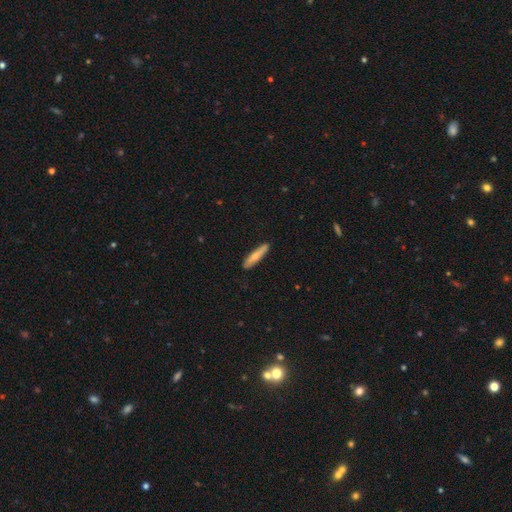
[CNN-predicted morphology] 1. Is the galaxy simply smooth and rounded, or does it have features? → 69% smooth, 25% featured or disk, 5% star or artifact.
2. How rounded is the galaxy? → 87% cigar-shaped, 12% in between, 2% round.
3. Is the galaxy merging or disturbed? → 87% none, 10% minor disturbance, 2% major disturbance, 1% merger.